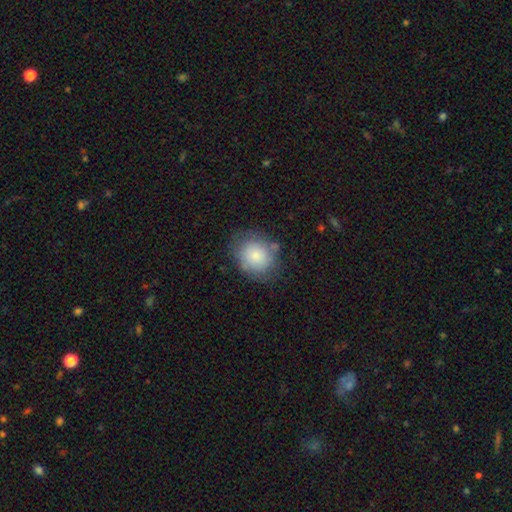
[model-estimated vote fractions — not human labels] Overall: smooth (80%). How rounded: round (69%; in between 30%). Merging: none (70%).